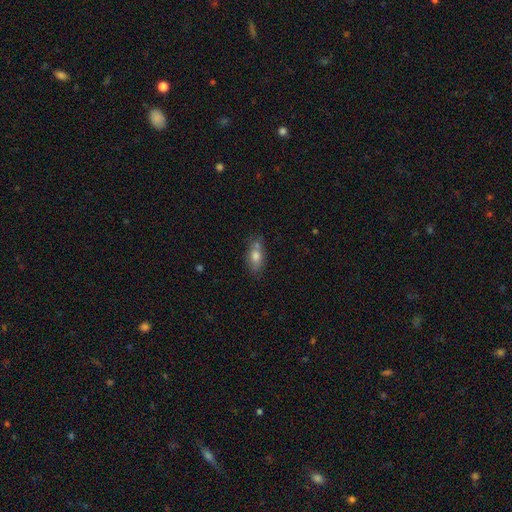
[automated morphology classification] smooth 73%, featured or disk 18%, star or artifact 10%. Down the decision tree: how rounded — in between (81%); merging — none (63%).